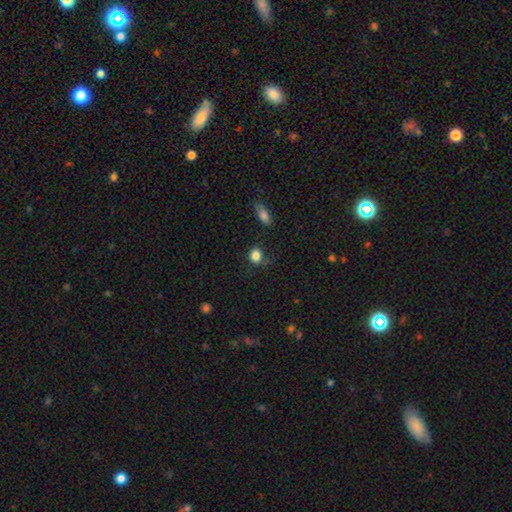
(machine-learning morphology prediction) Overall: smooth (84%). How rounded: round (67%; in between 32%). Merging: none (60%; minor disturbance 25%).